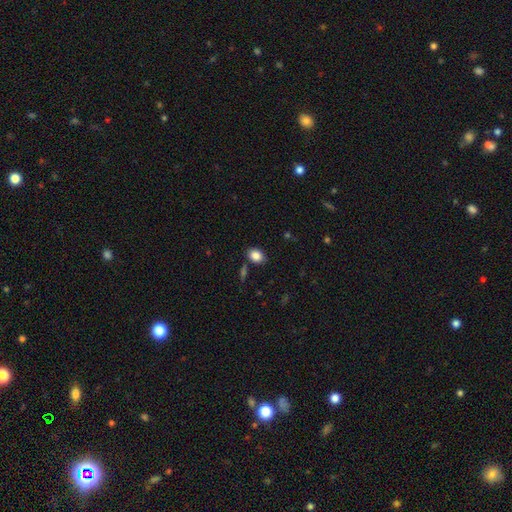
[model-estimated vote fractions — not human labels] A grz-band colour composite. It shows a smooth galaxy with no disk features (86%) that is in between round and cigar-shaped (72%). Merging: none (80%).